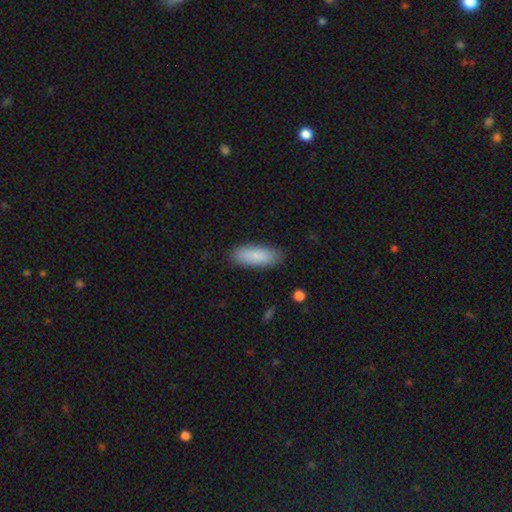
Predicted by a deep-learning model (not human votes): Overall: smooth (87%). How rounded: in between (69%). Merging: none (86%).